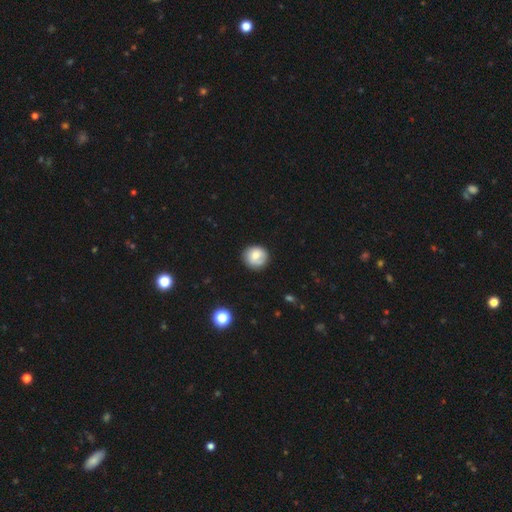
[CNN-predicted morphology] smooth 75%, featured or disk 17%, star or artifact 8%. Down the decision tree: how rounded — round (90%); merging — none (82%).